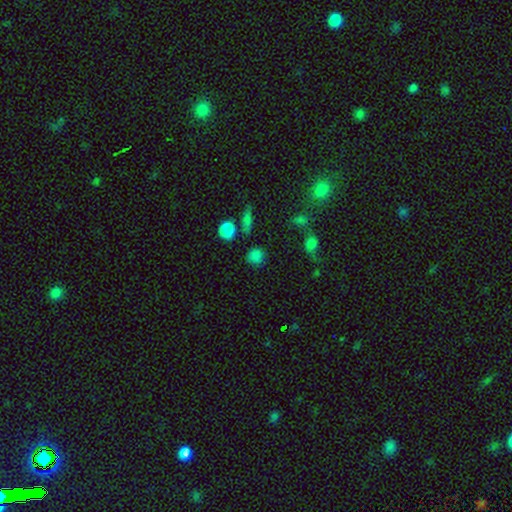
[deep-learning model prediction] Overall: smooth (79%). How rounded: round (85%). Merging: none (78%).